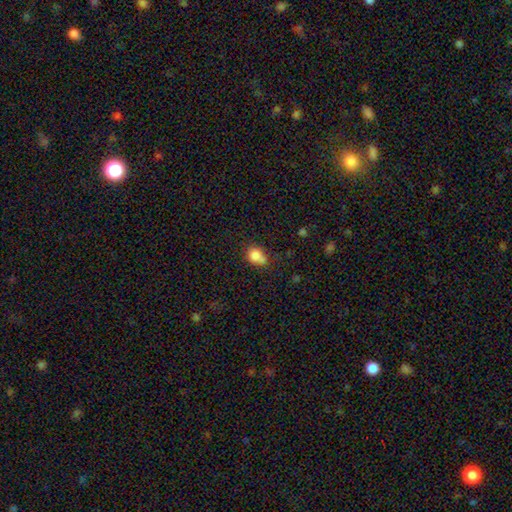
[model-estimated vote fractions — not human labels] Q: Smooth or featured?
A: smooth (82%); runner-up: star or artifact (11%)
Q: How rounded?
A: round (52%); runner-up: in between (47%)
Q: Merging?
A: none (46%); runner-up: minor disturbance (26%)